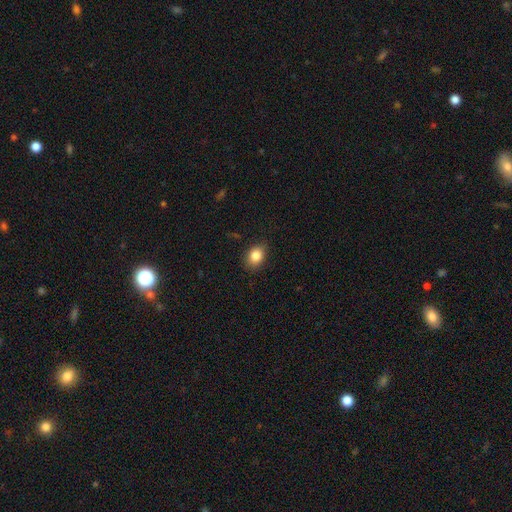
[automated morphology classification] This appears to be a smooth galaxy with no disk features (85%) that is in between round and cigar-shaped (60%). Merging: none (84%).